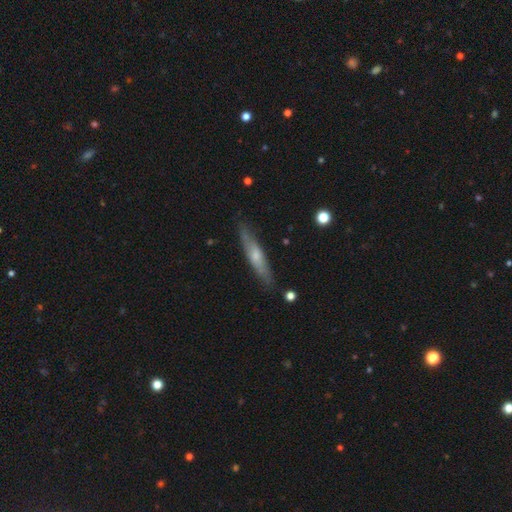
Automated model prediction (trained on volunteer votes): This is possibly a smooth galaxy (47%, tied with featured or disk). Merging: clearly none (83%).